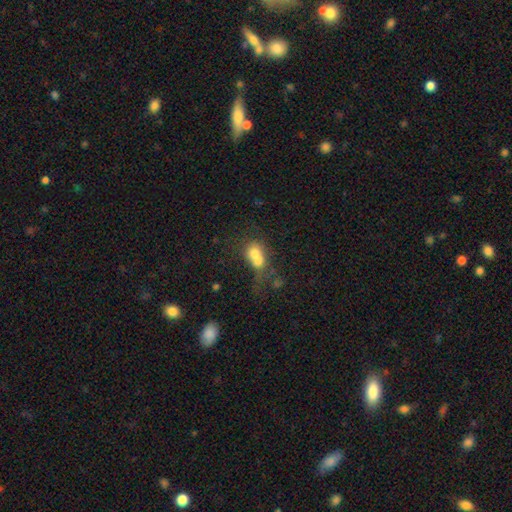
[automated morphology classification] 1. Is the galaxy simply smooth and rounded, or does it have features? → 65% smooth, 24% featured or disk, 12% star or artifact.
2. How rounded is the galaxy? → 59% round, 39% in between, 2% cigar-shaped.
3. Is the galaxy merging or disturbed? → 70% merger, 17% none, 7% minor disturbance, 6% major disturbance.